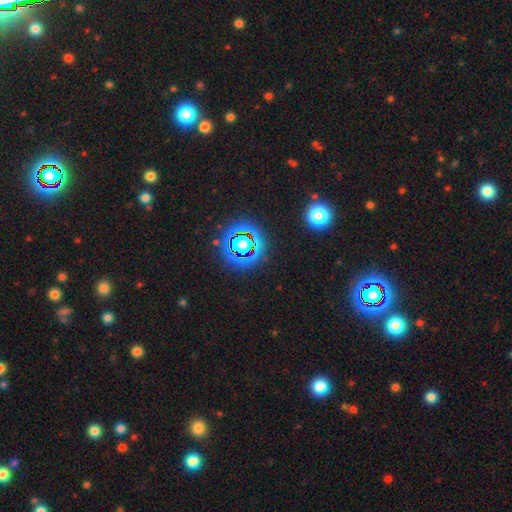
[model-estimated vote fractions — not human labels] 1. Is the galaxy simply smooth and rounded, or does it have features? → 78% star or artifact, 15% smooth, 7% featured or disk.